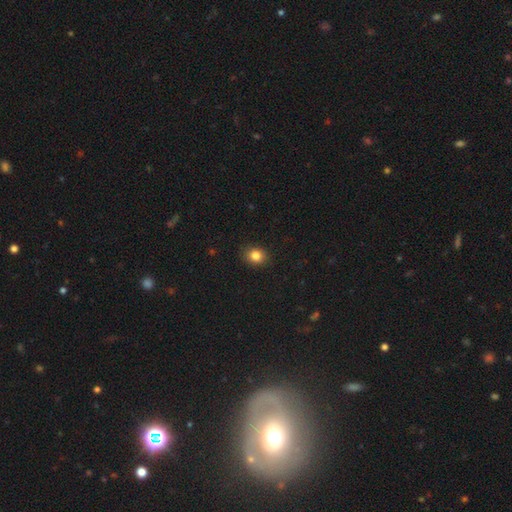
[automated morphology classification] Q: Smooth or featured?
A: smooth (83%); runner-up: star or artifact (11%)
Q: How rounded?
A: round (59%); runner-up: in between (40%)
Q: Merging?
A: none (89%); runner-up: minor disturbance (8%)